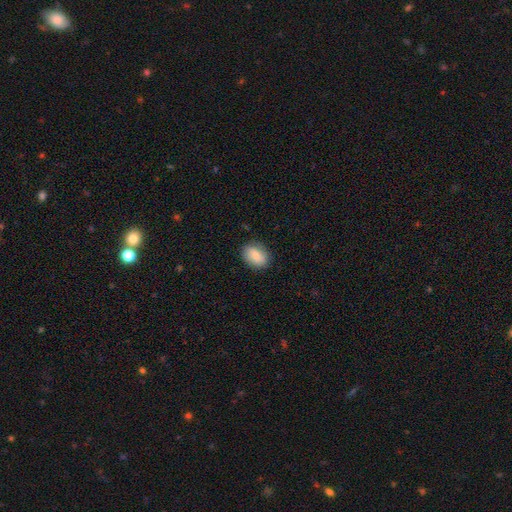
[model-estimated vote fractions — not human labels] A smooth galaxy with no disk features (82%) that is in between round and cigar-shaped (70%). Merging: none (83%).